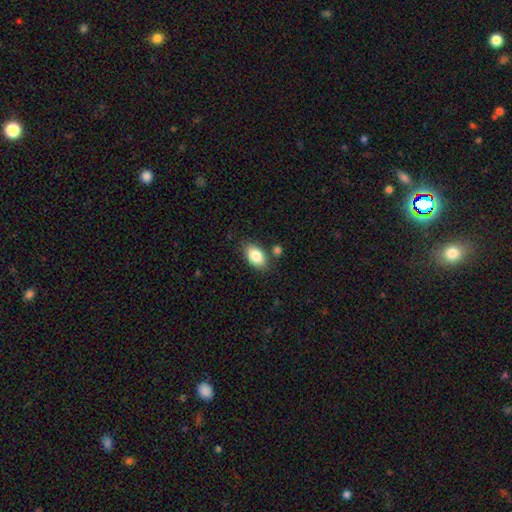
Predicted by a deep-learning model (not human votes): Morphology: type=smooth (85%); roundness=in between (91%); merging=none (79%).